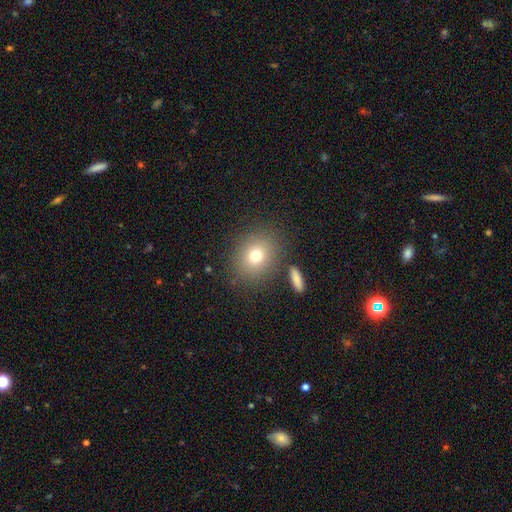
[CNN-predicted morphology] Smooth or featured? Predicted: smooth (p=0.74). How rounded? Predicted: round (p=0.62). Merging? Predicted: none (p=0.82).